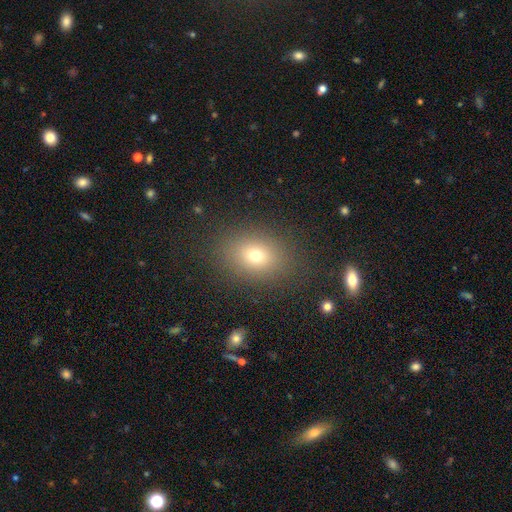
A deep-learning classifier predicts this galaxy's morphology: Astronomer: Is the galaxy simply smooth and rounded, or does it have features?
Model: smooth — 72%.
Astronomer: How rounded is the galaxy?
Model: in between — 64%.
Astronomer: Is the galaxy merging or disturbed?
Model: none — 85%.